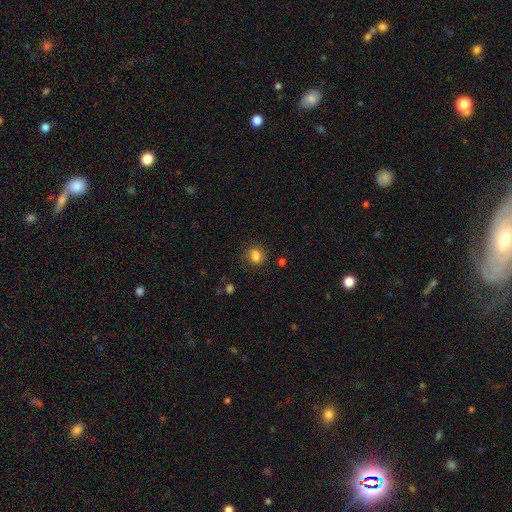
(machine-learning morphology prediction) This appears to be a smooth galaxy with no disk features (82%) that is round (62%). Merging: none (77%).